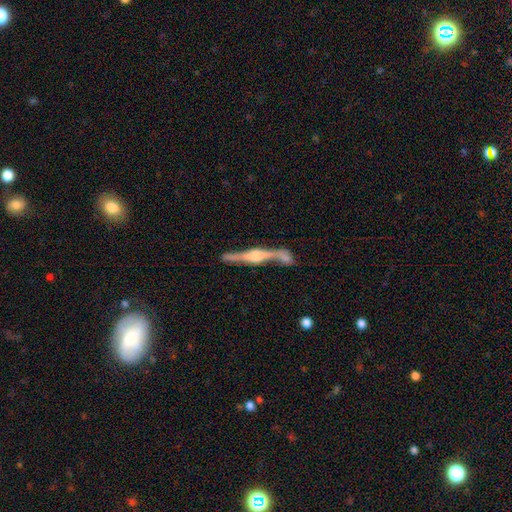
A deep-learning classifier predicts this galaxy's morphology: smooth-or-featured: featured or disk: 83% | smooth: 11% | star or artifact: 5%
  disk-edge-on: yes: 94% | no: 6%
    edge-on-bulge: rounded: 84% | boxy: 12% | none: 4%
  merging: none: 58% | merger: 21% | minor disturbance: 14% | major disturbance: 6%